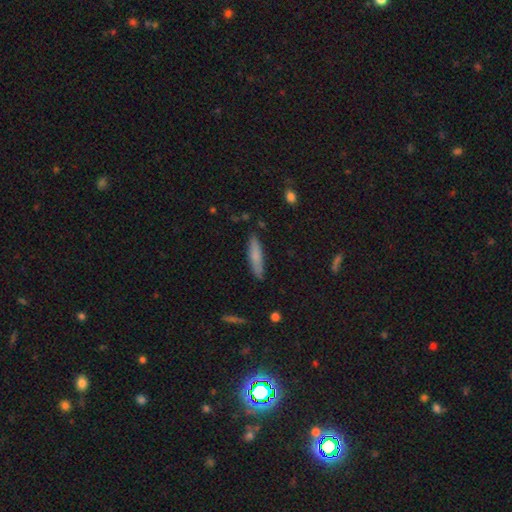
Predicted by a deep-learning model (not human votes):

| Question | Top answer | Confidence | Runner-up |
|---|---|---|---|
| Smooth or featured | smooth | 75% | featured or disk (19%) |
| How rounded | cigar-shaped | 84% | in between (14%) |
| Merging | none | 85% | minor disturbance (11%) |